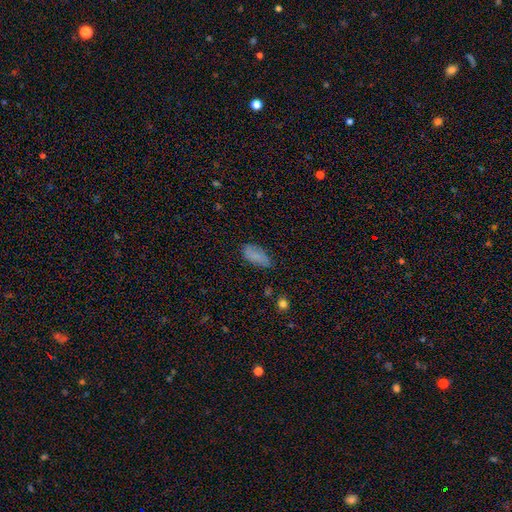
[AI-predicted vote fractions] A smooth galaxy with no disk features (80%) that is in between round and cigar-shaped (90%). Merging: none (65%).